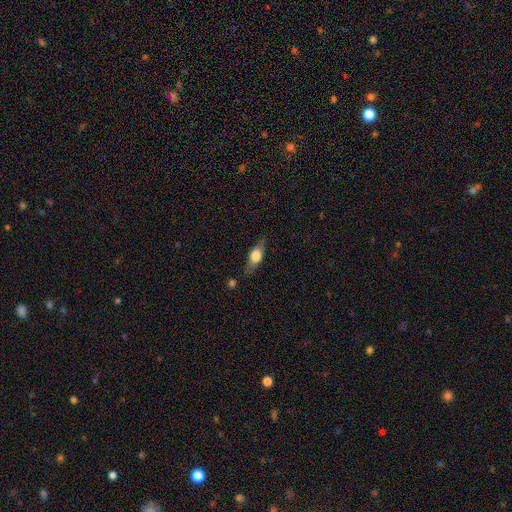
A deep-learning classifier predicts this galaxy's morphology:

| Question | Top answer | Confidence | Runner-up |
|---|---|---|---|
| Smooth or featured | smooth | 55% | featured or disk (38%) |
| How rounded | in between | 63% | cigar-shaped (30%) |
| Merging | none | 77% | minor disturbance (16%) |